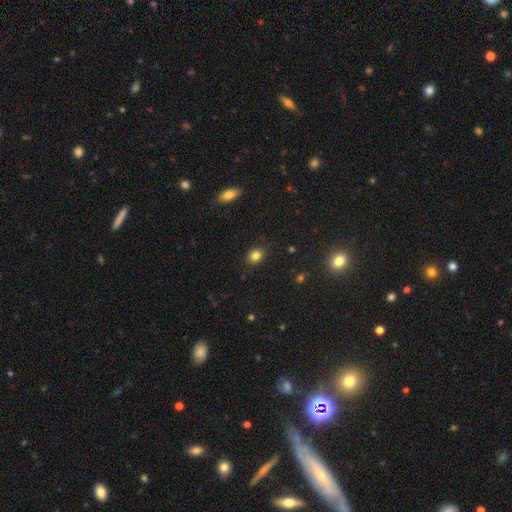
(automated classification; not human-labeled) A smooth galaxy with no disk features (83%) that is round (54%). Merging: none (85%).